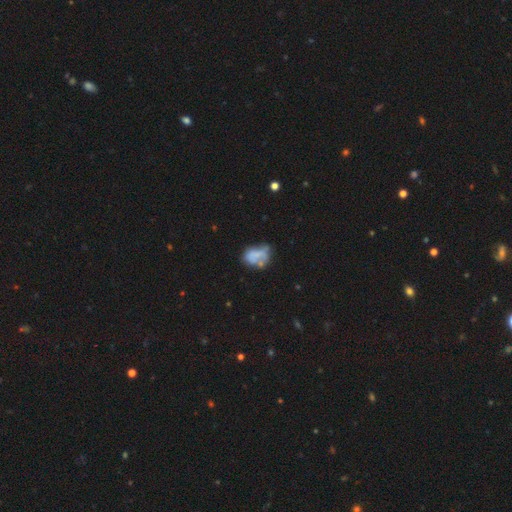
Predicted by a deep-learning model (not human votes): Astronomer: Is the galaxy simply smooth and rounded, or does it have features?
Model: smooth — 52% (runner-up: featured or disk, 37%).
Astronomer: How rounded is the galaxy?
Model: in between — 74%.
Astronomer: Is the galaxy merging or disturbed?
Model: none — 32% (runner-up: minor disturbance, 29%).